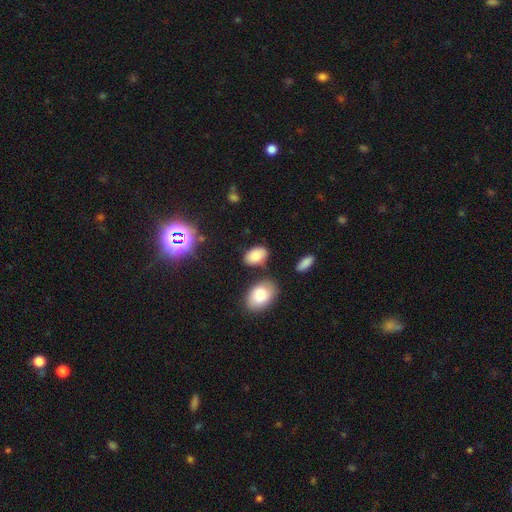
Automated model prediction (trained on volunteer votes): smooth-or-featured: smooth: 82% | star or artifact: 11% | featured or disk: 8%
  how-rounded: in between: 90% | round: 9% | cigar-shaped: 1%
  merging: none: 75% | minor disturbance: 15% | merger: 7% | major disturbance: 4%